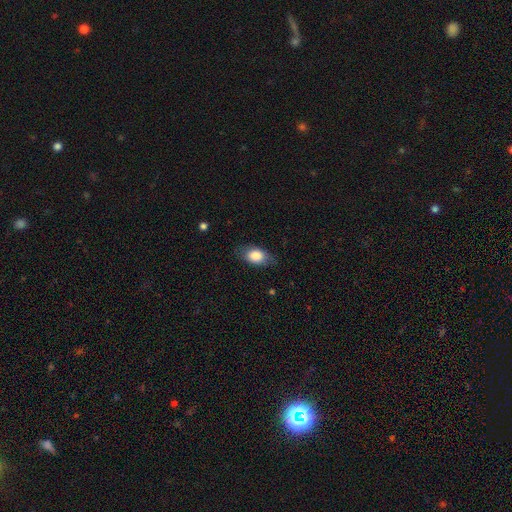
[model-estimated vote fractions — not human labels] A smooth galaxy with no disk features (80%) that is in between round and cigar-shaped (87%).

Vote fractions:
- Smooth or featured? smooth: 80% / featured or disk: 13% / star or artifact: 7%
- How rounded? in between: 87% / round: 10% / cigar-shaped: 3%
- Merging? none: 76% / minor disturbance: 19% / major disturbance: 5% / merger: 1%